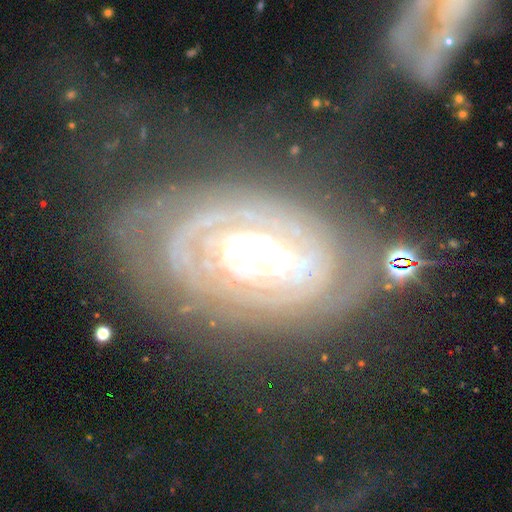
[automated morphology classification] Smooth or featured? featured or disk (87%)
Edge-on disk? no (95%)
Bar? no (70%)
Spiral arms? yes (90%)
Spiral winding? tight (78%)
Spiral arm count? can't tell (35%)
Bulge size? moderate (56%)
Merging? none (61%)